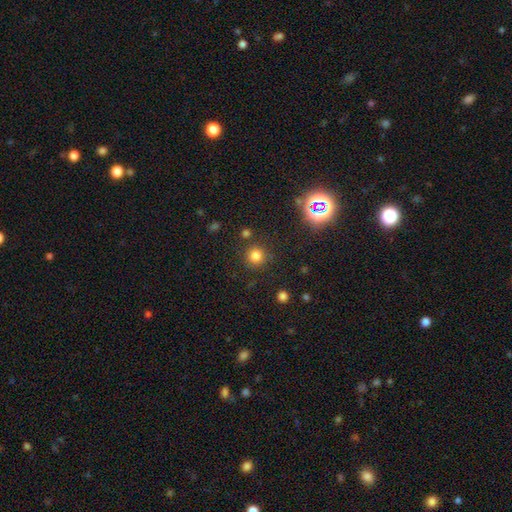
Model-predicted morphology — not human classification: The model was most divided on "smooth or featured": smooth: 77%, star or artifact: 17%, featured or disk: 5%. More confident: how rounded — round (94%); merging — none (85%).